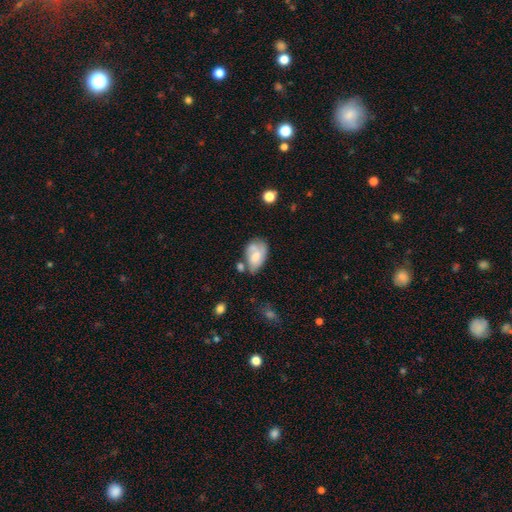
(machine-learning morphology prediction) Smooth or featured? smooth (56%)
How rounded? in between (88%)
Merging? none (37%)